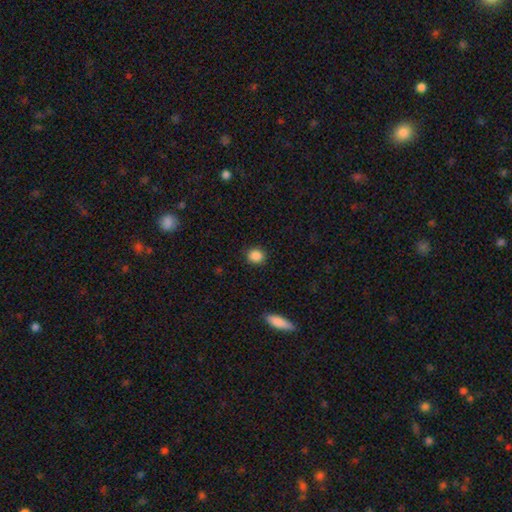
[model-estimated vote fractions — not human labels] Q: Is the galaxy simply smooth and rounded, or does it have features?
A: smooth — 88%.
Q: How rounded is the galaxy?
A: round — 81%.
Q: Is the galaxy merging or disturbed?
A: none — 89%.